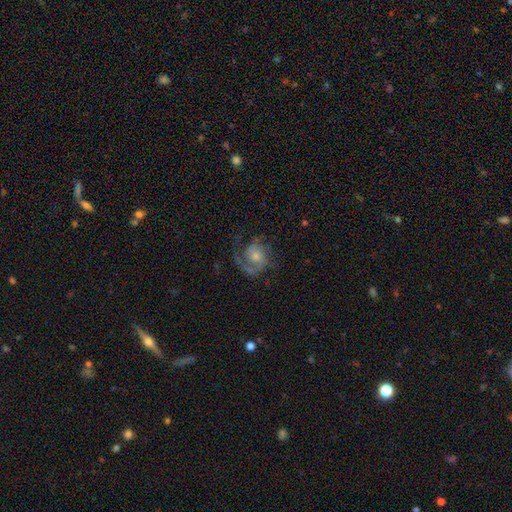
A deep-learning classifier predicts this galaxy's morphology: smooth-or-featured: featured or disk: 81% | smooth: 11% | star or artifact: 7%
  disk-edge-on: no: 98% | yes: 2%
    bar: no: 70% | weak: 26% | strong: 4%
    has-spiral-arms: yes: 95% | no: 5%
      spiral-winding: medium: 45% | tight: 38% | loose: 17%
      spiral-arm-count: 2: 52% | 1: 27% | can't tell: 10% | 3: 7% | 4: 2% | more than 4: 2%
    bulge-size: moderate: 51% | small: 36% | large: 7% | none: 4% | dominant: 1%
  merging: none: 66% | minor disturbance: 17% | major disturbance: 16% | merger: 2%